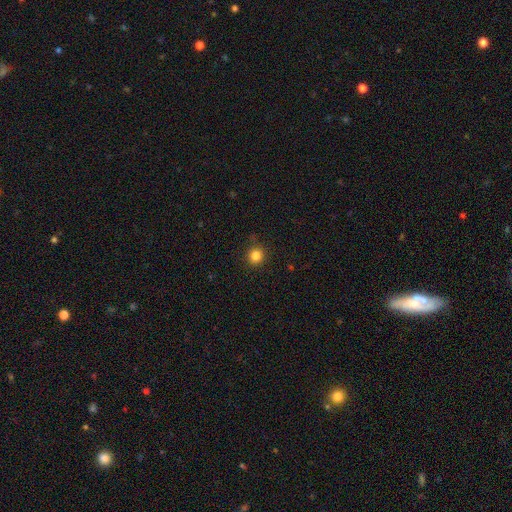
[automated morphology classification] This appears to be a smooth galaxy with no disk features (83%) that is round (92%). Merging: none (87%).